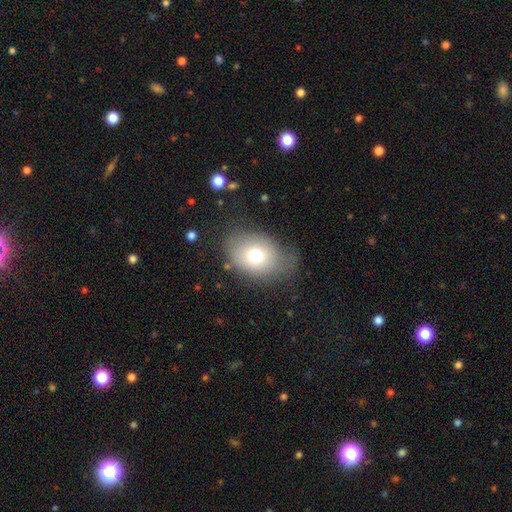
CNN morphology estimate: Overall: smooth (72%). How rounded: in between (64%; round 35%). Merging: none (53%; minor disturbance 29%).